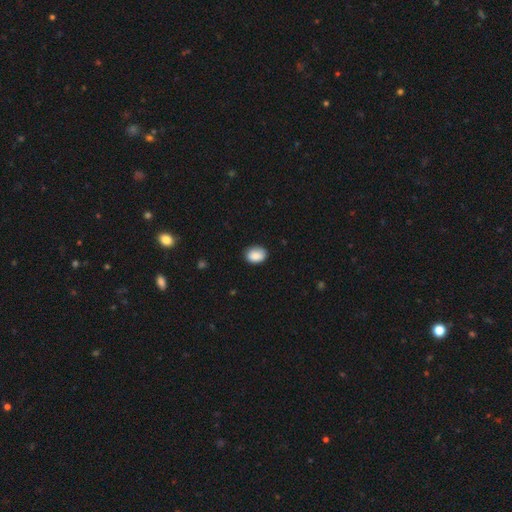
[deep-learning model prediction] Smooth or featured?
  - smooth: 87% *
  - star or artifact: 7%
  - featured or disk: 6%
How rounded?
  - in between: 63% *
  - round: 36%
  - cigar-shaped: 1%
Merging?
  - none: 82% *
  - minor disturbance: 14%
  - major disturbance: 2%
  - merger: 1%